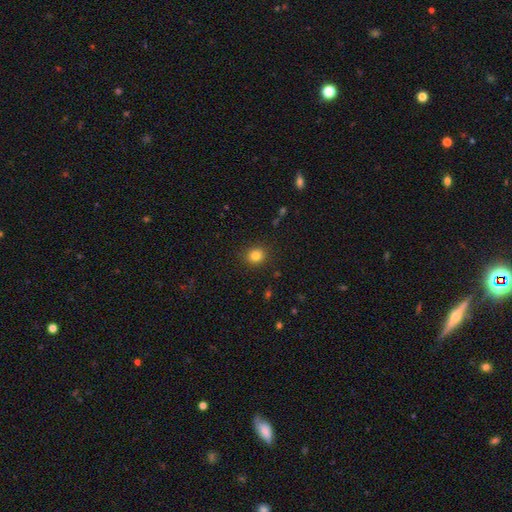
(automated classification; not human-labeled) This appears to be a smooth galaxy with no disk features (83%) that is round (76%). Merging: none (89%).